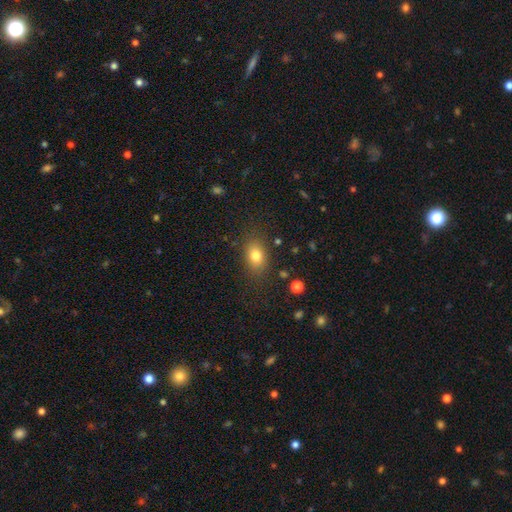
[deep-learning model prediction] Smooth or featured? smooth (79%)
How rounded? in between (74%)
Merging? none (81%)